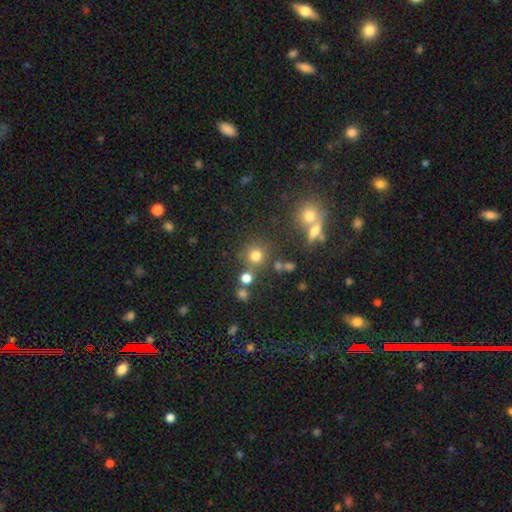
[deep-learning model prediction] smooth 74%, star or artifact 18%, featured or disk 8%. Down the decision tree: how rounded — round (90%); merging — none (70%).